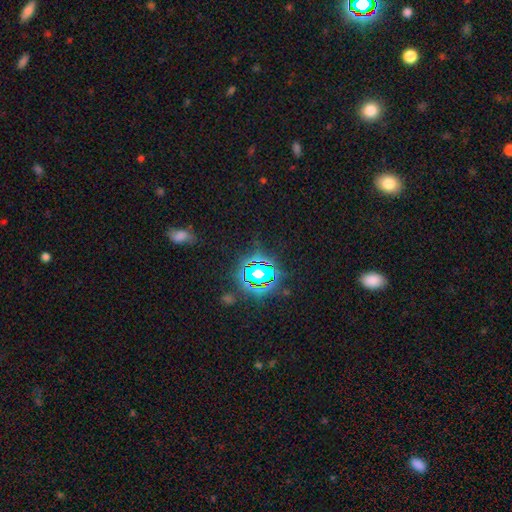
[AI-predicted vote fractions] This is clearly a star or artifact rather than a galaxy (80%).